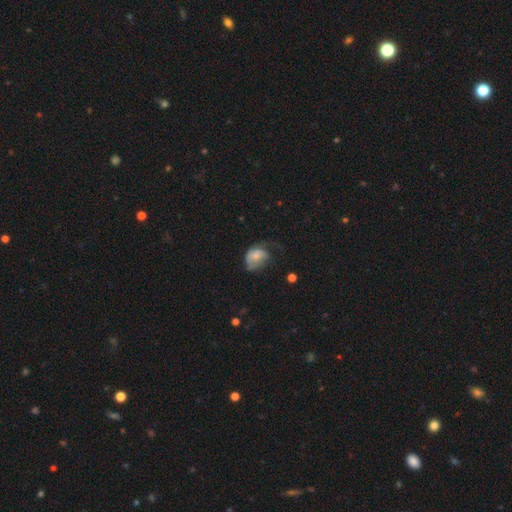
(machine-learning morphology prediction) Overall: smooth (58%; featured or disk 34%). How rounded: in between (65%; round 34%). Merging: major disturbance (44%; minor disturbance 30%).